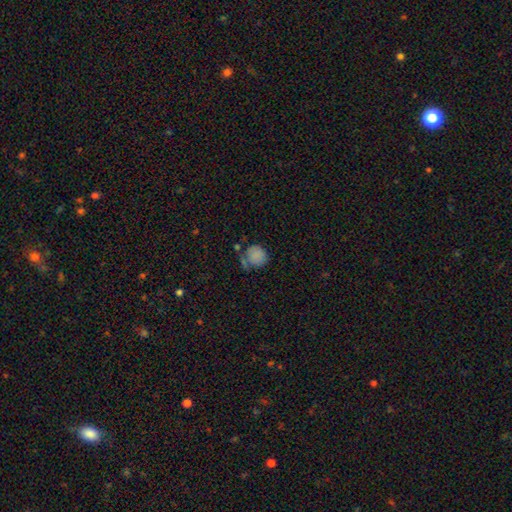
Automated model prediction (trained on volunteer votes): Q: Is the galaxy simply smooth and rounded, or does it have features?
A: smooth — 80%.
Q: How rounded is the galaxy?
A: round — 83%.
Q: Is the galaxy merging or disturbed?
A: none — 52%.